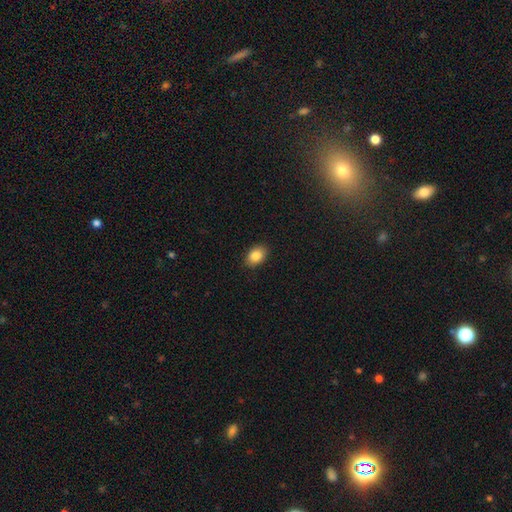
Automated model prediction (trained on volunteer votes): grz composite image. It shows a smooth galaxy with no disk features (86%) that is in between round and cigar-shaped (81%). Merging: none (88%).